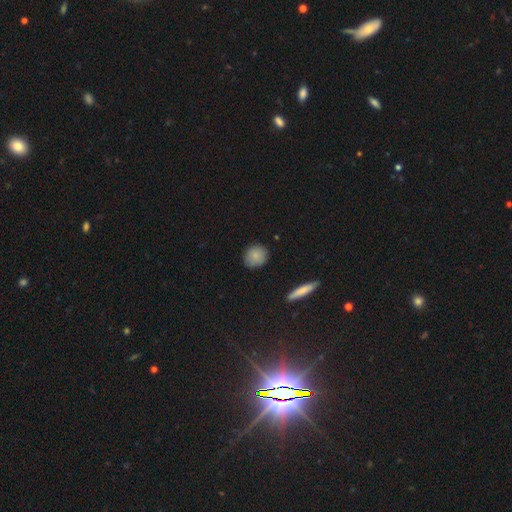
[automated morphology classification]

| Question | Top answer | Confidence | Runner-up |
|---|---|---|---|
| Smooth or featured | smooth | 83% | featured or disk (9%) |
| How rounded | round | 82% | in between (16%) |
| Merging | none | 86% | minor disturbance (10%) |